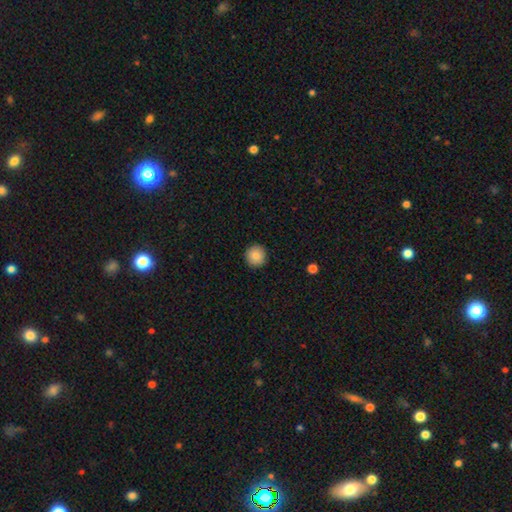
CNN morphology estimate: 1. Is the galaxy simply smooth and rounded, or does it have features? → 84% smooth, 8% star or artifact, 8% featured or disk.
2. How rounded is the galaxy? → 95% round, 4% in between, 1% cigar-shaped.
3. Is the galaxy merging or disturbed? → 92% none, 5% minor disturbance, 2% major disturbance, 1% merger.